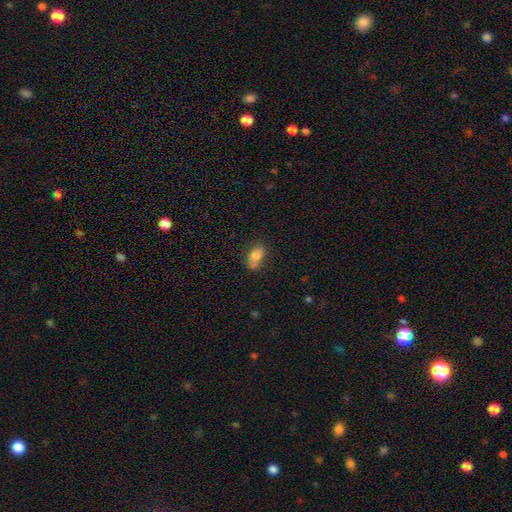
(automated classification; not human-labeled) A smooth galaxy with no disk features (78%) that is in between round and cigar-shaped (84%). Merging: none (55%).